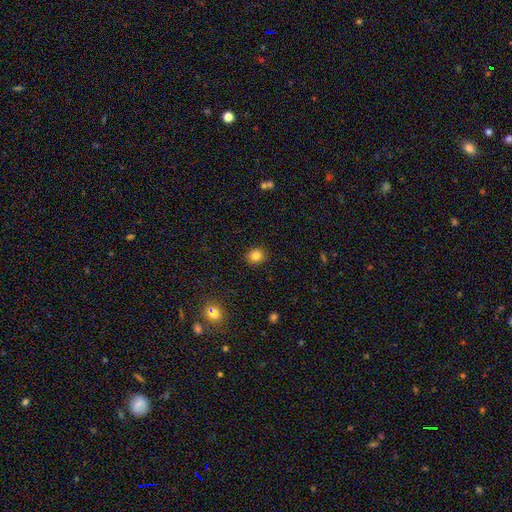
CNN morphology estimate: Smooth or featured?
  - smooth: 82% *
  - star or artifact: 12%
  - featured or disk: 6%
How rounded?
  - round: 77% *
  - in between: 22%
  - cigar-shaped: 1%
Merging?
  - none: 89% *
  - minor disturbance: 7%
  - major disturbance: 2%
  - merger: 1%